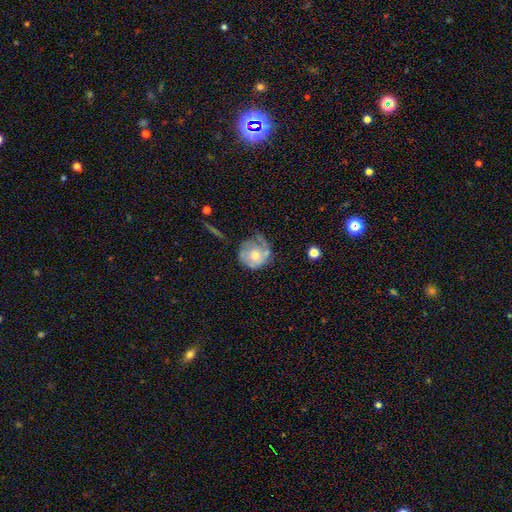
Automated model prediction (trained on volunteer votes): featured or disk 52%, smooth 41%, star or artifact 7%. Down the decision tree: edge-on disk — no (97%); bar — no (81%); spiral arms — yes (61%); bulge size — moderate (60%); merging — none (45%).